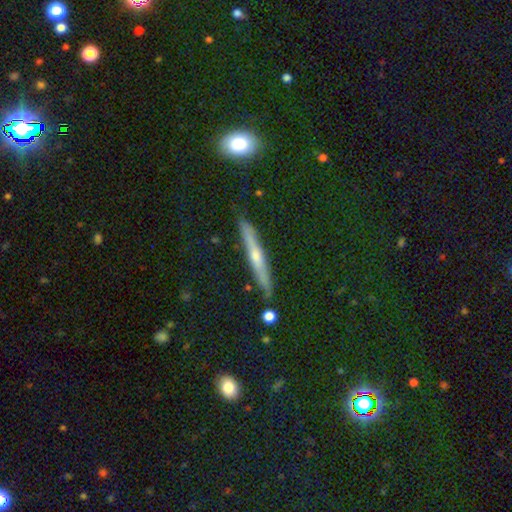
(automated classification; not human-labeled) This appears to be a featured or disk galaxy (58%) viewed edge-on (96%) with a rounded central bulge (69%). Merging: none (88%).